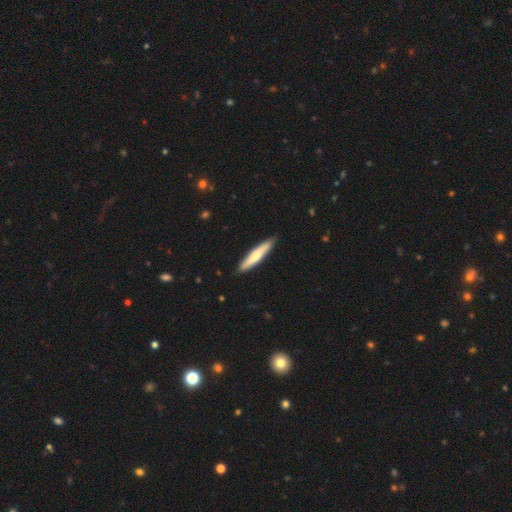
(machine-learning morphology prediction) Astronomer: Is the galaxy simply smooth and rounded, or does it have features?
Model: smooth — 63%.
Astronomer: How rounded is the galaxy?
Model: cigar-shaped — 90%.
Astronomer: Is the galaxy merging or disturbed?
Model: none — 90%.